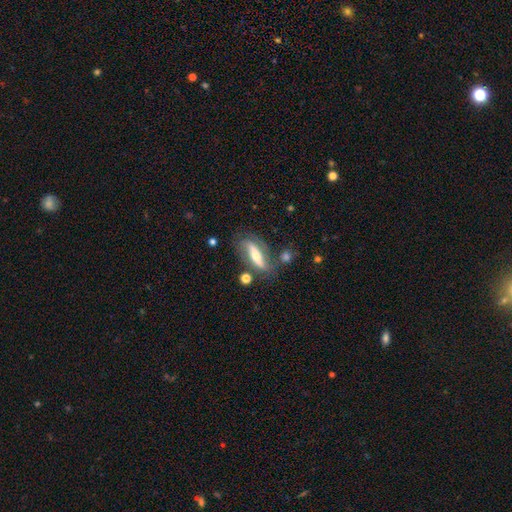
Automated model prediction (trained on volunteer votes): A featured or disk galaxy (61%). Merging: none (65%).